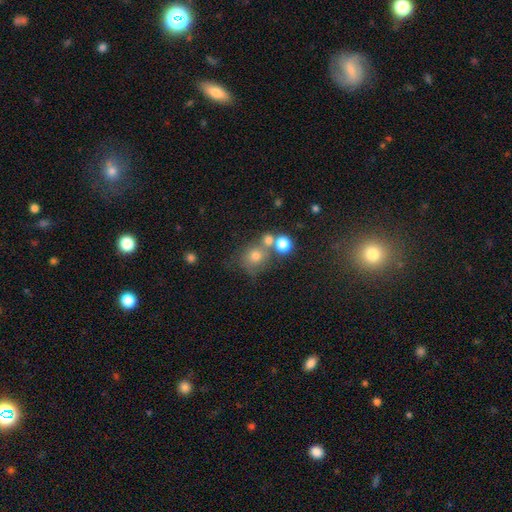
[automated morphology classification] Smooth or featured?
  - smooth: 68% *
  - star or artifact: 18%
  - featured or disk: 14%
How rounded?
  - round: 79% *
  - in between: 20%
  - cigar-shaped: 1%
Merging?
  - none: 50% *
  - merger: 31%
  - minor disturbance: 12%
  - major disturbance: 7%